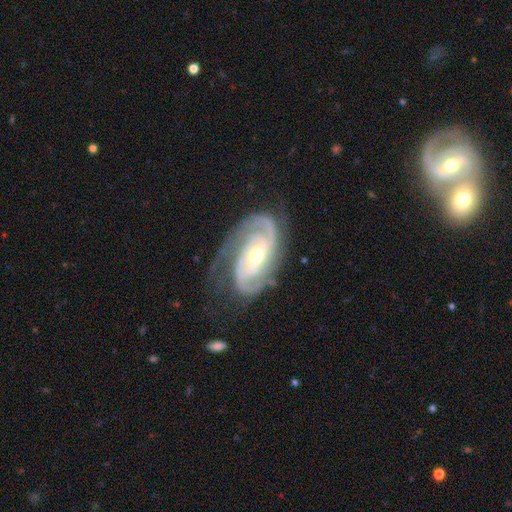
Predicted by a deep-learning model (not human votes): Smooth or featured: featured or disk — 92% (smooth — 4%)
Edge-on disk: no — 97% (yes — 3%)
Bar: weak — 42% (no — 40%)
Spiral arms: yes — 98% (no — 2%)
Spiral winding: tight — 57% (medium — 36%)
Spiral arm count: 2 — 68% (3 — 14%)
Bulge size: moderate — 57% (small — 37%)
Merging: none — 68% (minor disturbance — 20%)